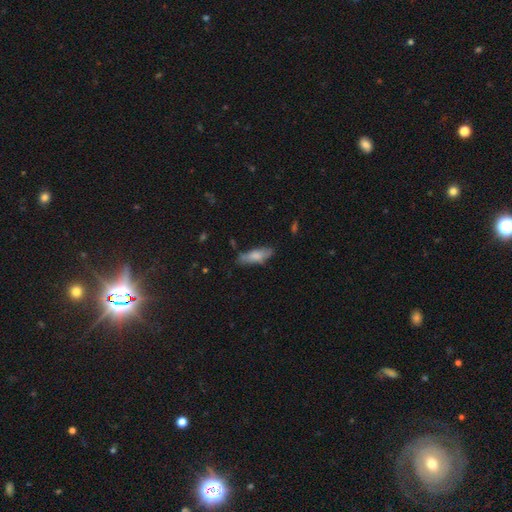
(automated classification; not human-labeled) smooth-or-featured: smooth: 71% | featured or disk: 22% | star or artifact: 7%
  how-rounded: in between: 60% | cigar-shaped: 38% | round: 2%
  merging: none: 62% | minor disturbance: 27% | major disturbance: 7% | merger: 4%